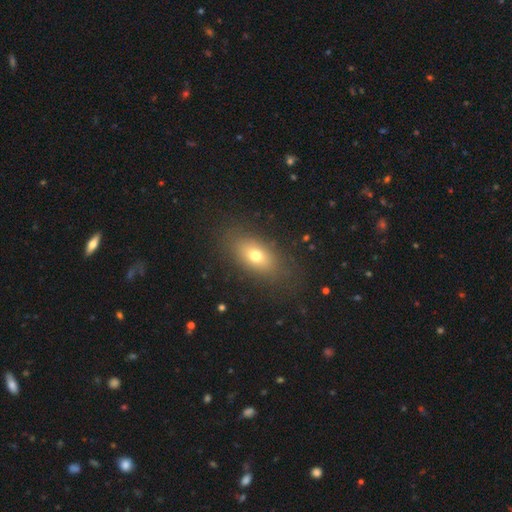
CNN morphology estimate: Smooth or featured? smooth (70%)
How rounded? in between (82%)
Merging? none (81%)